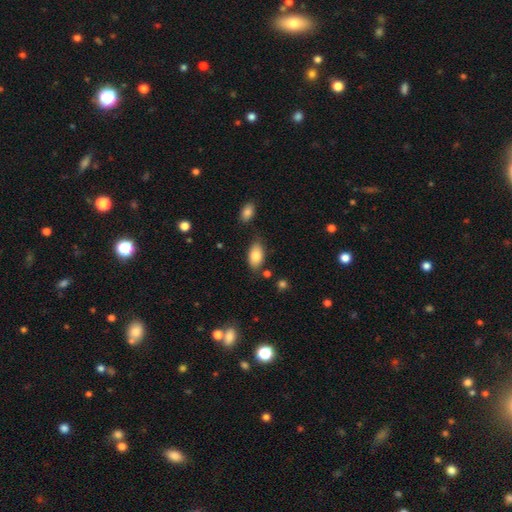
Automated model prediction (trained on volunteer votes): Overall: smooth (83%). How rounded: in between (93%). Merging: none (77%).